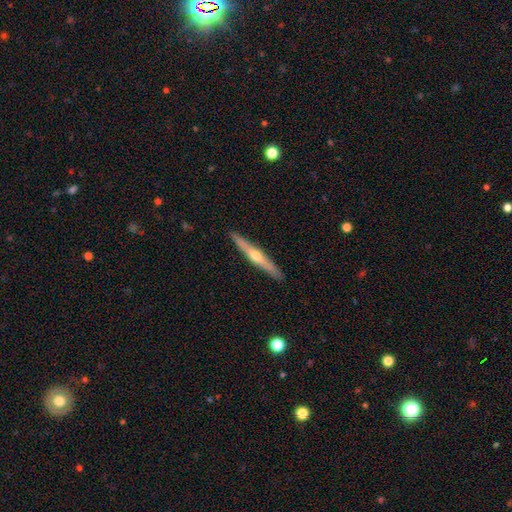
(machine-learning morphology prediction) Smooth or featured? featured or disk (67%)
Edge-on disk? yes (97%)
Edge-on bulge? rounded (87%)
Merging? none (91%)